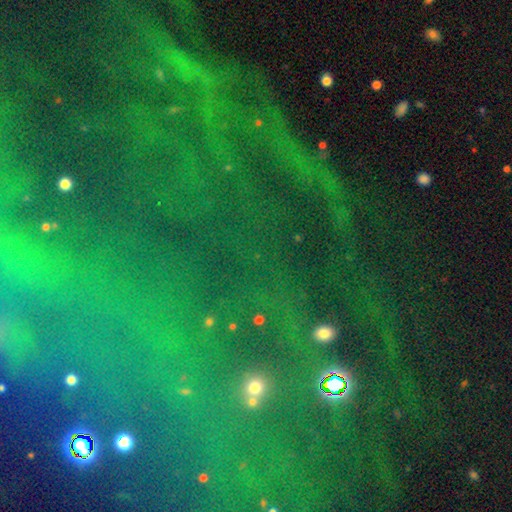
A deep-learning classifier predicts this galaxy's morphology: This appears to be a star or artifact, not a galaxy (80%).